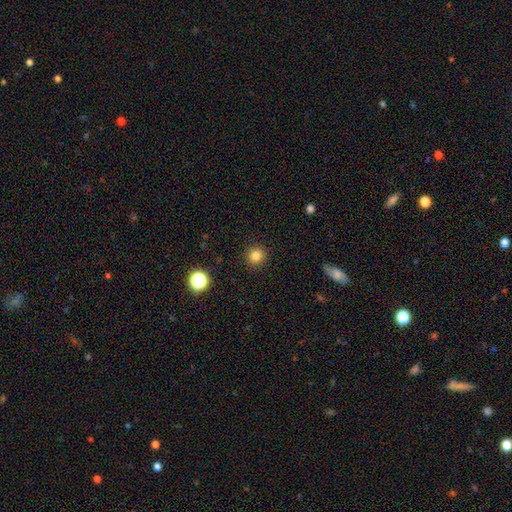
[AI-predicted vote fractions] This is clearly a smooth galaxy (83%). How rounded: clearly round (94%). Merging: clearly none (92%).